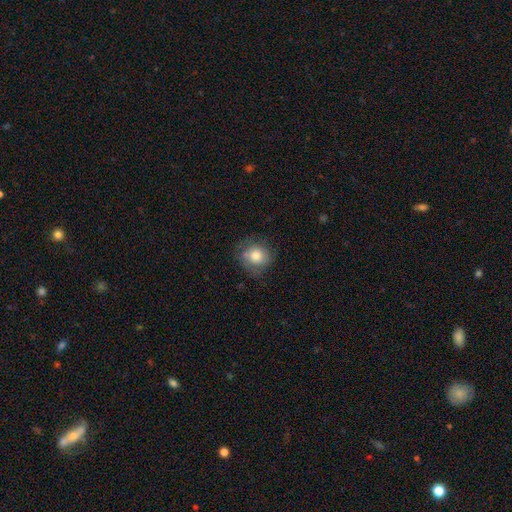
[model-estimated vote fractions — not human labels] Q: Smooth or featured?
A: smooth (74%); runner-up: featured or disk (18%)
Q: How rounded?
A: round (81%); runner-up: in between (18%)
Q: Merging?
A: none (64%); runner-up: minor disturbance (25%)